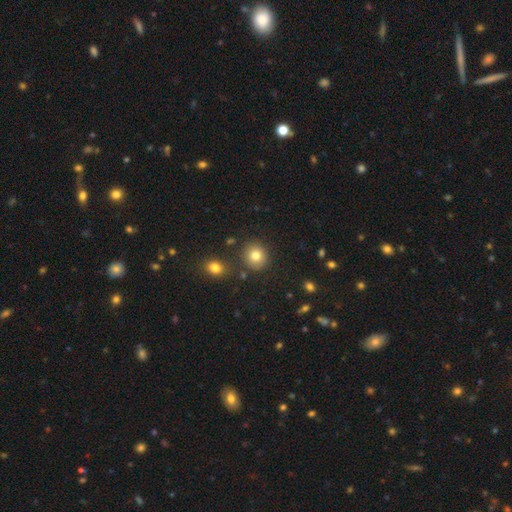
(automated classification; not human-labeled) This is clearly a smooth galaxy (81%). How rounded: clearly round (86%). Merging: clearly none (85%).